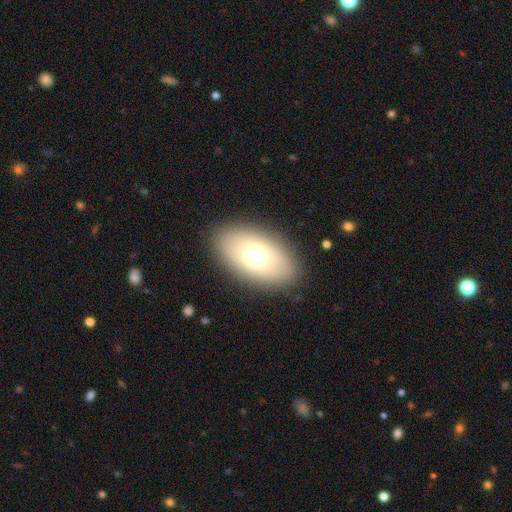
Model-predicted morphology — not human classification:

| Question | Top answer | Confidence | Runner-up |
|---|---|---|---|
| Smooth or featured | smooth | 69% | featured or disk (21%) |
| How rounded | in between | 89% | round (9%) |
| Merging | none | 87% | minor disturbance (8%) |